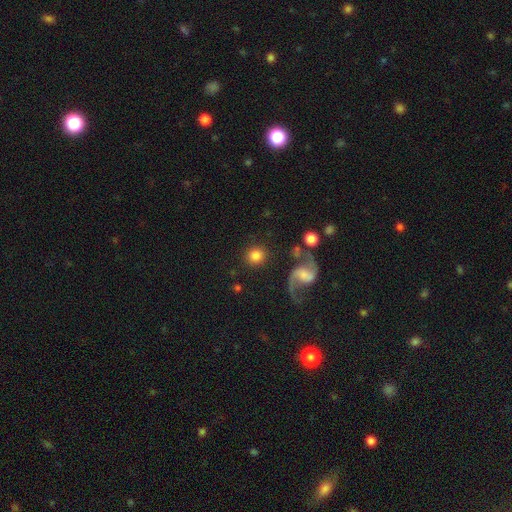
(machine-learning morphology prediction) Q: Smooth or featured?
A: smooth (74%); runner-up: featured or disk (17%)
Q: How rounded?
A: round (90%); runner-up: in between (9%)
Q: Merging?
A: none (83%); runner-up: minor disturbance (8%)